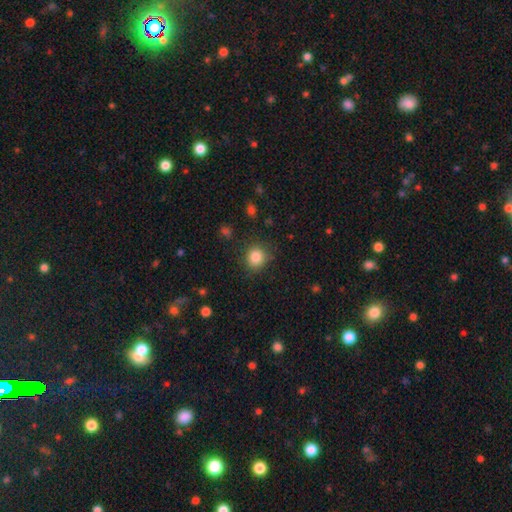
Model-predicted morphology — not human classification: smooth_or_featured: smooth (p=0.85) [alt: star or artifact p=0.10]
how_rounded: round (p=0.83) [alt: in between p=0.16]
merging: none (p=0.83) [alt: minor disturbance p=0.12]